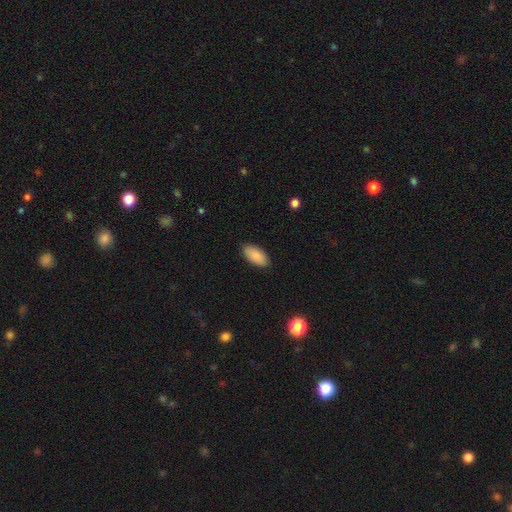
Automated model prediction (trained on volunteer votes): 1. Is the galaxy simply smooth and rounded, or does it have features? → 88% smooth, 6% star or artifact, 6% featured or disk.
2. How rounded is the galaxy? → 93% in between, 5% cigar-shaped, 2% round.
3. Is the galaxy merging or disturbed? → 88% none, 9% minor disturbance, 2% major disturbance, 1% merger.